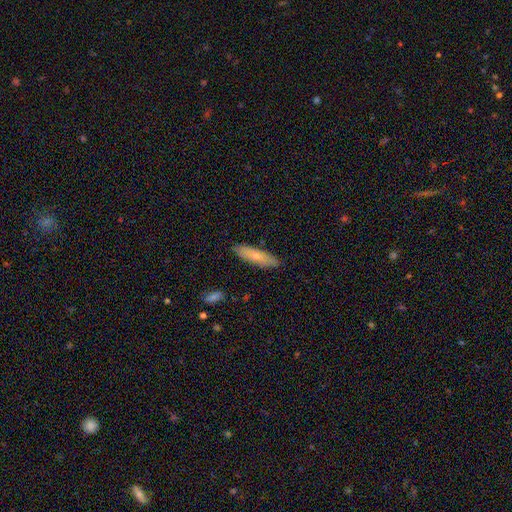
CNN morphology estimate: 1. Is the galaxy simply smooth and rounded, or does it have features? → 71% smooth, 23% featured or disk, 6% star or artifact.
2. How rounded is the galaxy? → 67% cigar-shaped, 32% in between, 2% round.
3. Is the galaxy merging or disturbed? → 86% none, 11% minor disturbance, 2% major disturbance, 1% merger.